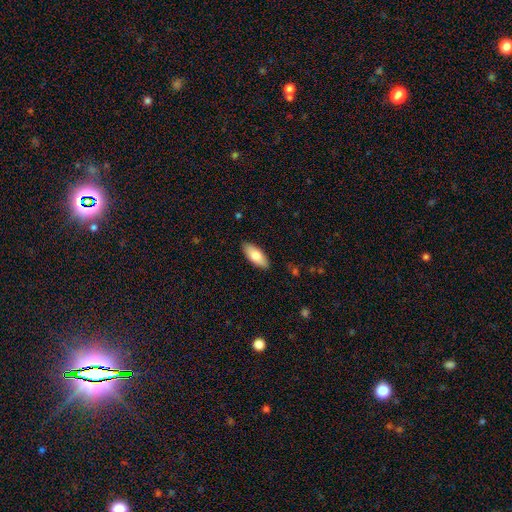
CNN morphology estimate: Smooth or featured: smooth — 79% (featured or disk — 15%)
How rounded: in between — 84% (cigar-shaped — 14%)
Merging: none — 88% (minor disturbance — 9%)